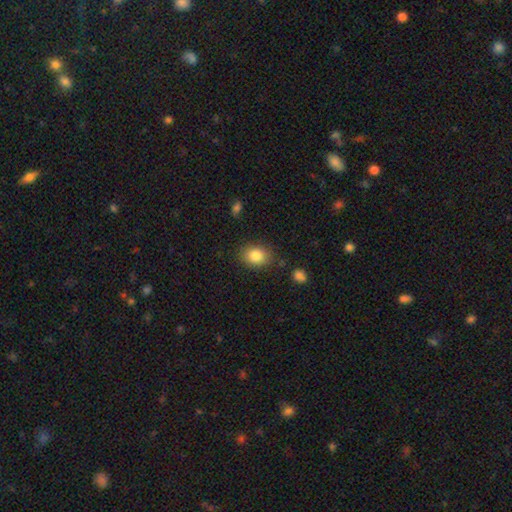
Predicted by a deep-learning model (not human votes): smooth-or-featured: smooth: 84% | star or artifact: 9% | featured or disk: 7%
  how-rounded: in between: 61% | round: 38% | cigar-shaped: 1%
  merging: none: 83% | minor disturbance: 12% | major disturbance: 3% | merger: 2%